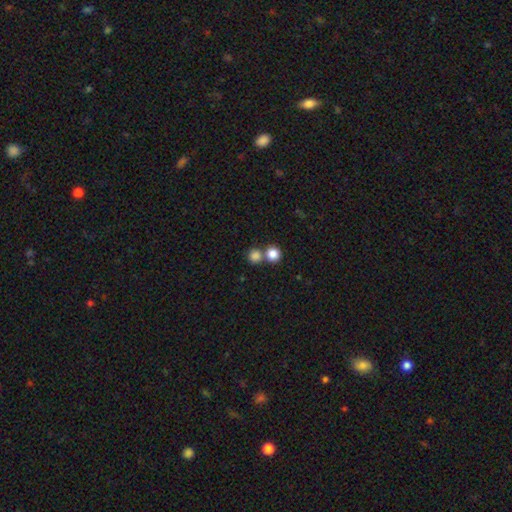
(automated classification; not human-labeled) Smooth or featured? smooth (83%)
How rounded? round (90%)
Merging? none (57%)